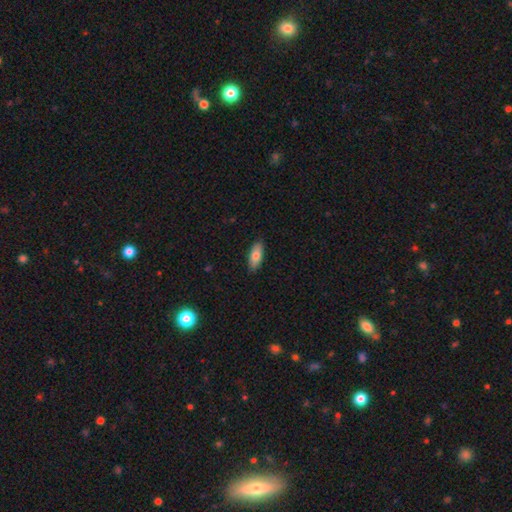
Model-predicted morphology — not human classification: Q: Smooth or featured?
A: smooth (77%); runner-up: featured or disk (17%)
Q: How rounded?
A: in between (76%); runner-up: cigar-shaped (21%)
Q: Merging?
A: none (88%); runner-up: minor disturbance (9%)